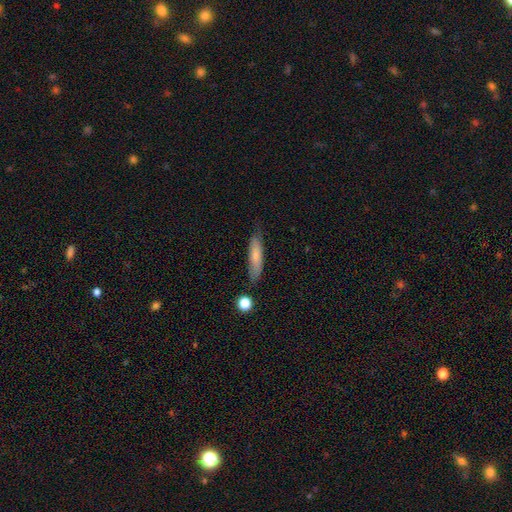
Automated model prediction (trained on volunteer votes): smooth_or_featured: smooth (p=0.73) [alt: featured or disk p=0.20]
how_rounded: cigar-shaped (p=0.76) [alt: in between p=0.22]
merging: none (p=0.74) [alt: minor disturbance p=0.19]